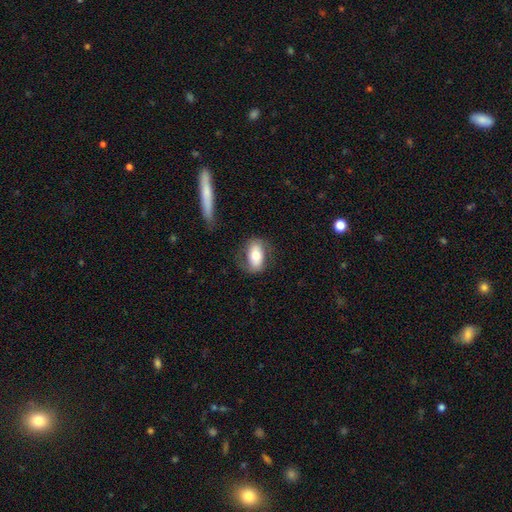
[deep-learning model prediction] A smooth galaxy with no disk features (61%) that is in between round and cigar-shaped (88%). Merging: none (68%).